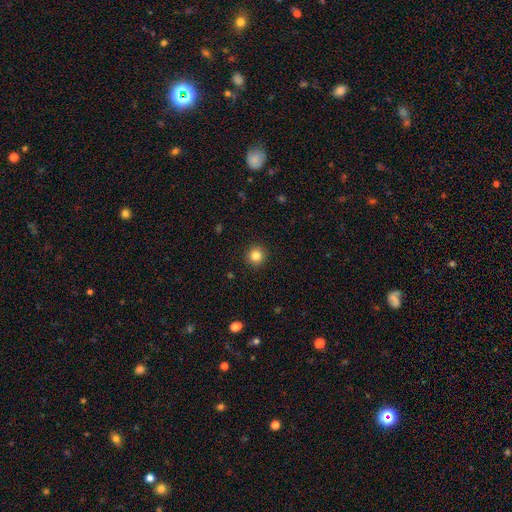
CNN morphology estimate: A smooth galaxy with no disk features (83%) that is round (95%).

Vote fractions:
- Smooth or featured? smooth: 83% / star or artifact: 12% / featured or disk: 5%
- How rounded? round: 95% / in between: 5% / cigar-shaped: 1%
- Merging? none: 93% / minor disturbance: 5% / major disturbance: 2% / merger: 1%